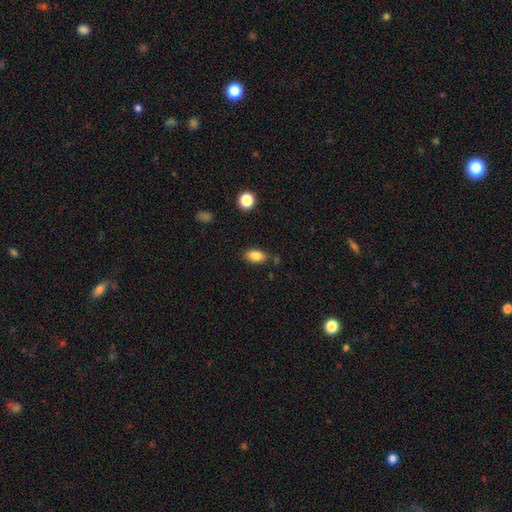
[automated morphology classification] smooth_or_featured: smooth (p=0.85) [alt: star or artifact p=0.09]
how_rounded: in between (p=0.90) [alt: round p=0.06]
merging: none (p=0.79) [alt: minor disturbance p=0.14]